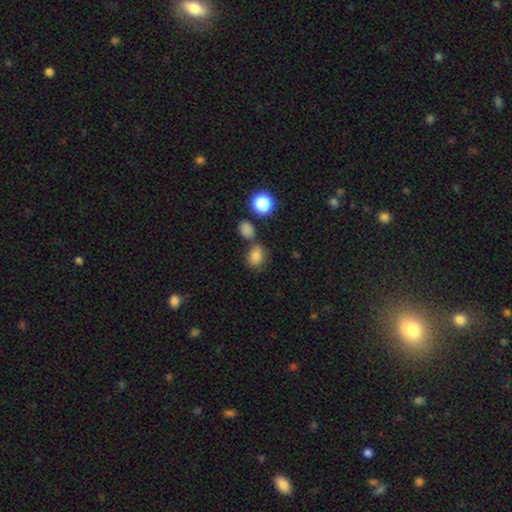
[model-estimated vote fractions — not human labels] Smooth or featured? smooth (79%)
How rounded? round (55%)
Merging? none (64%)